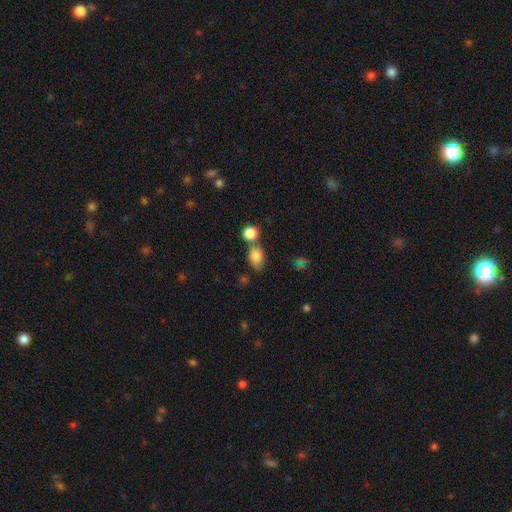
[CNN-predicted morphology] smooth-or-featured: smooth: 83% | star or artifact: 10% | featured or disk: 7%
  how-rounded: in between: 73% | round: 25% | cigar-shaped: 2%
  merging: none: 47% | merger: 32% | minor disturbance: 15% | major disturbance: 6%